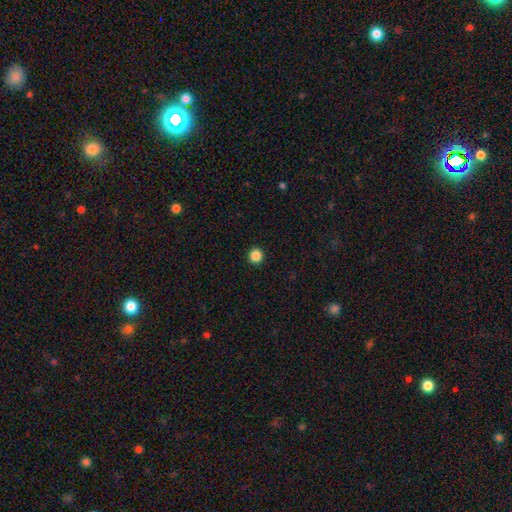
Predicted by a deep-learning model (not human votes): A smooth galaxy with no disk features (86%) that is round (96%). Merging: none (94%).